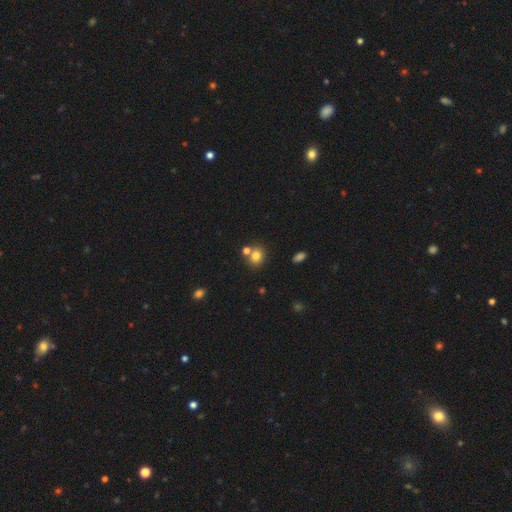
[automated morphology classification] Q: Smooth or featured?
A: smooth (79%); runner-up: star or artifact (12%)
Q: How rounded?
A: round (65%); runner-up: in between (34%)
Q: Merging?
A: none (62%); runner-up: merger (24%)